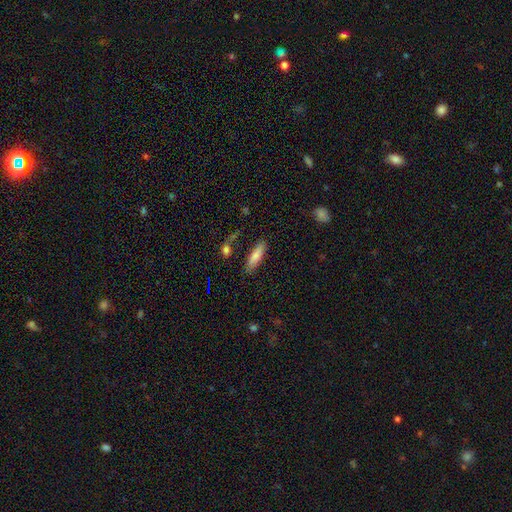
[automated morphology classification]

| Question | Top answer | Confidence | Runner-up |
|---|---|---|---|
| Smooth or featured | smooth | 80% | featured or disk (13%) |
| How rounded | cigar-shaped | 60% | in between (38%) |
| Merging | none | 79% | minor disturbance (13%) |